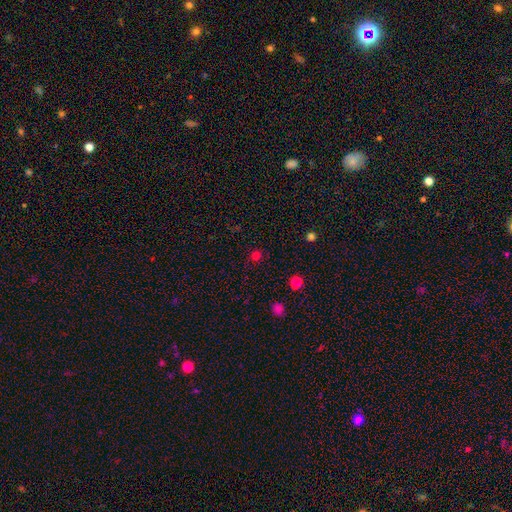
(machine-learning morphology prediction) Overall: smooth (70%). How rounded: round (91%). Merging: none (85%).